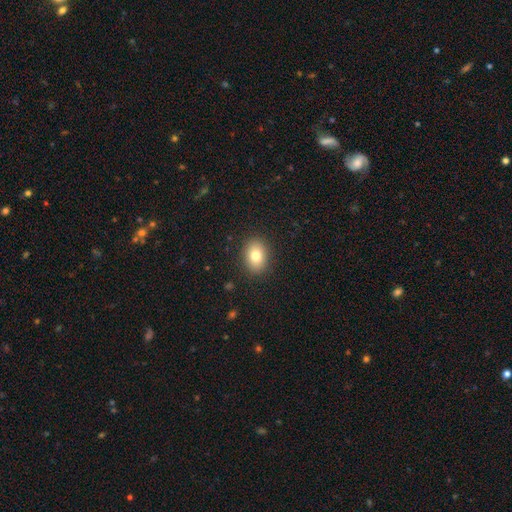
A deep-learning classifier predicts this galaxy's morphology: Smooth or featured? smooth (79%)
How rounded? in between (68%)
Merging? none (89%)